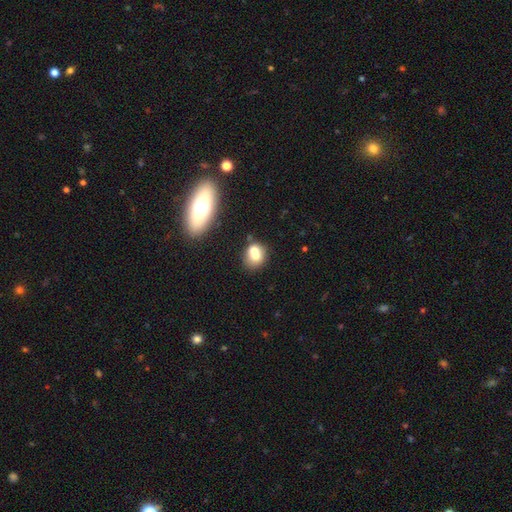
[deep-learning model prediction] Overall: smooth (69%). How rounded: round (59%; in between 40%). Merging: merger (45%; none 38%).